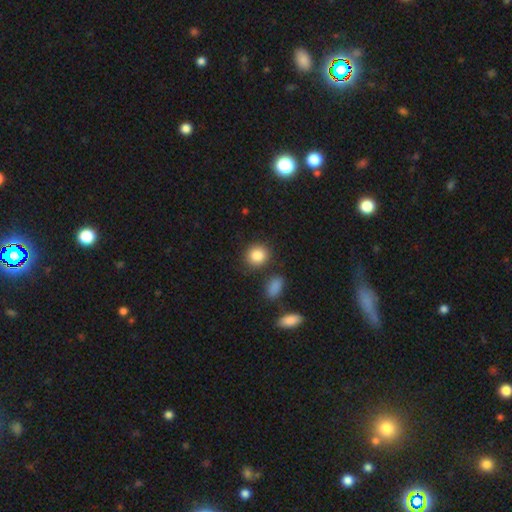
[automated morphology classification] Smooth or featured: smooth — 87% (star or artifact — 9%)
How rounded: round — 76% (in between — 23%)
Merging: none — 81% (minor disturbance — 9%)